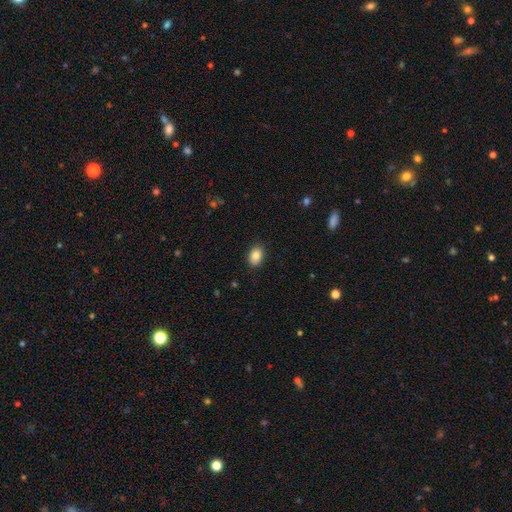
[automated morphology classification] Smooth or featured? Predicted: smooth (p=0.84). How rounded? Predicted: in between (p=0.77). Merging? Predicted: none (p=0.87).